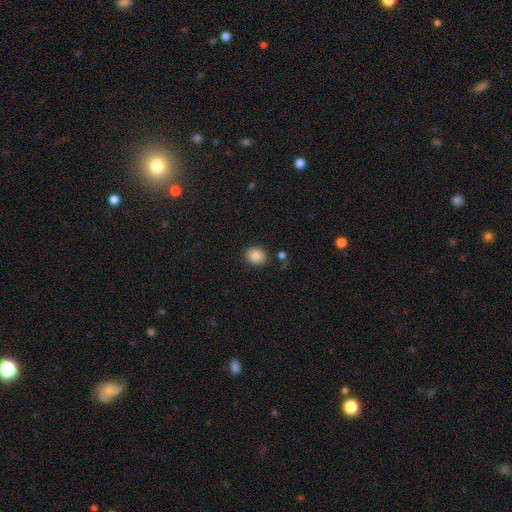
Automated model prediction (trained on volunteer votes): smooth-or-featured: smooth: 86% | star or artifact: 9% | featured or disk: 5%
  how-rounded: round: 57% | in between: 42% | cigar-shaped: 1%
  merging: none: 84% | minor disturbance: 10% | merger: 3% | major disturbance: 3%